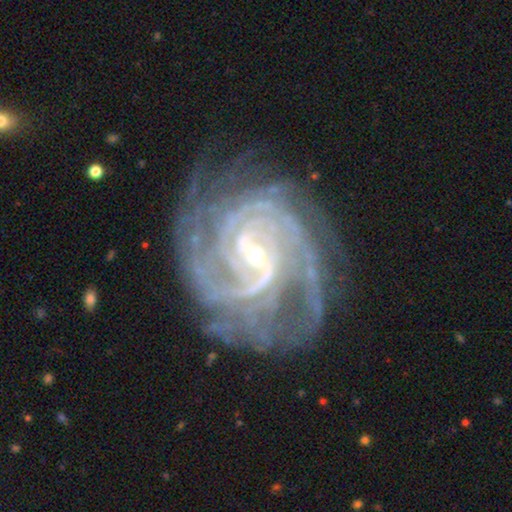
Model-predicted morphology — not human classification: smooth-or-featured: featured or disk: 93% | star or artifact: 5% | smooth: 2%
  disk-edge-on: no: 98% | yes: 2%
    bar: weak: 47% | strong: 28% | no: 24%
    has-spiral-arms: yes: 99% | no: 1%
      spiral-winding: tight: 66% | medium: 30% | loose: 4%
      spiral-arm-count: 2: 26% | 4: 19% | 3: 19% | can't tell: 16% | more than 4: 12% | 1: 8%
    bulge-size: small: 76% | moderate: 21% | none: 2% | large: 1% | dominant: 1%
  merging: none: 73% | minor disturbance: 17% | major disturbance: 9% | merger: 2%